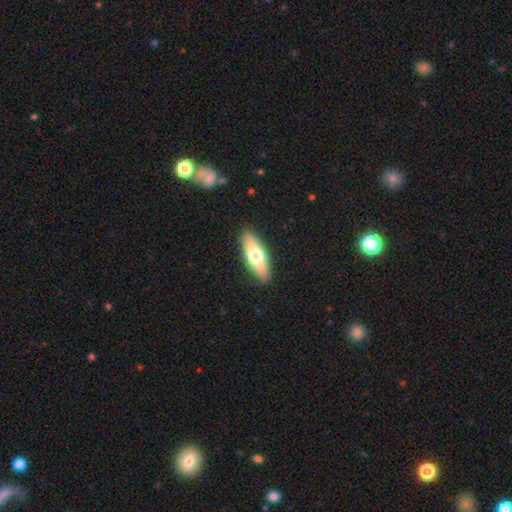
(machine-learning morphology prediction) smooth_or_featured: smooth (p=0.66) [alt: featured or disk p=0.28]
how_rounded: in between (p=0.63) [alt: cigar-shaped p=0.34]
merging: none (p=0.89) [alt: minor disturbance p=0.08]